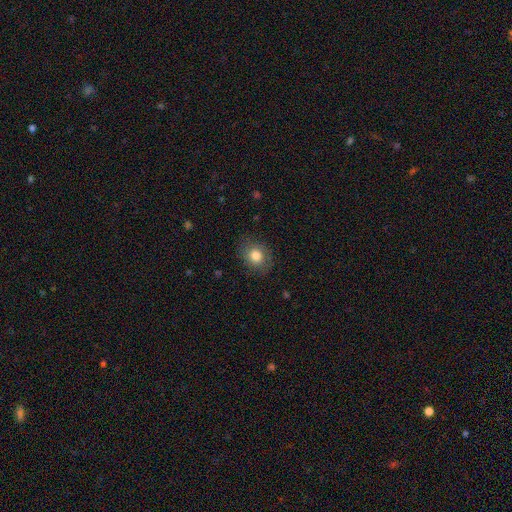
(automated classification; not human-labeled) smooth_or_featured: smooth (p=0.81) [alt: featured or disk p=0.09]
how_rounded: round (p=0.62) [alt: in between p=0.37]
merging: none (p=0.83) [alt: minor disturbance p=0.13]